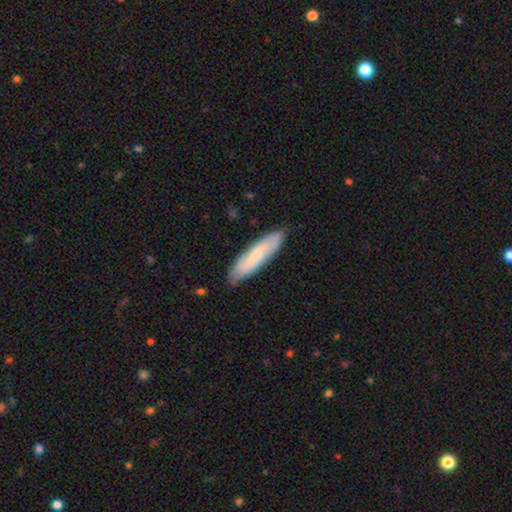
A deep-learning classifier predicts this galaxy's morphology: A smooth galaxy with no disk features (67%) that is cigar-shaped (72%).

Vote fractions:
- Smooth or featured? smooth: 67% / featured or disk: 27% / star or artifact: 6%
- How rounded? cigar-shaped: 72% / in between: 27% / round: 1%
- Merging? none: 84% / minor disturbance: 13% / major disturbance: 2% / merger: 1%